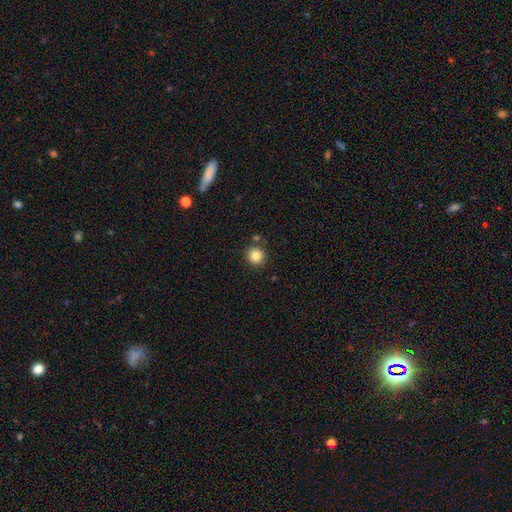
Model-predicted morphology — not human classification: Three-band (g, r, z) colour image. It shows a smooth galaxy with no disk features (85%) that is round (93%). Merging: none (85%).